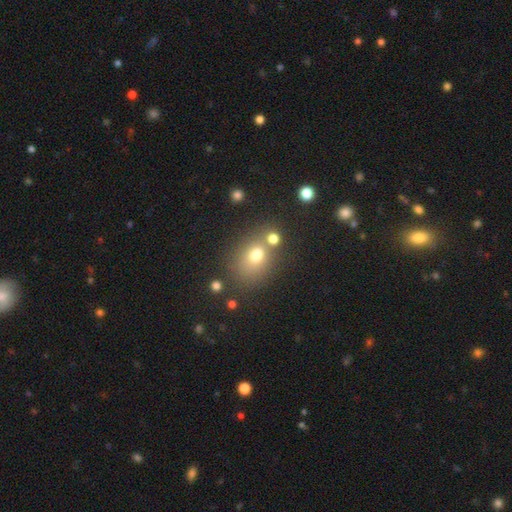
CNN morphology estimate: Overall: smooth (71%). How rounded: in between (50%; round 48%). Merging: none (58%; merger 21%).